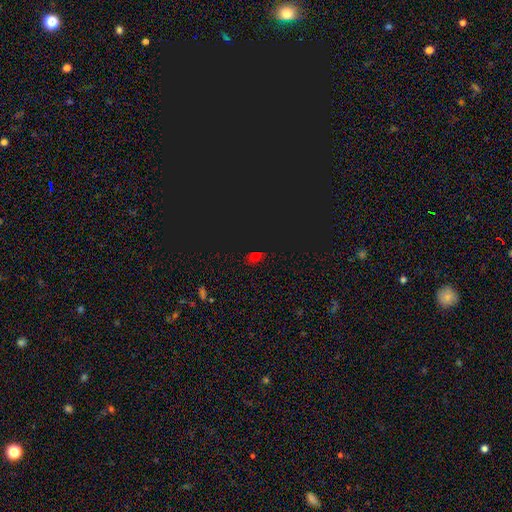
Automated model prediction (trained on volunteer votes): Smooth or featured: star or artifact — 53% (smooth — 39%)